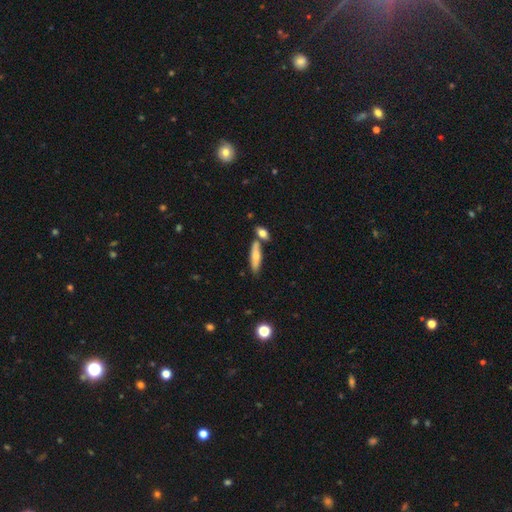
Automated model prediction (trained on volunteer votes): A smooth galaxy with no disk features (69%) that is cigar-shaped (68%). Merging: none (64%).